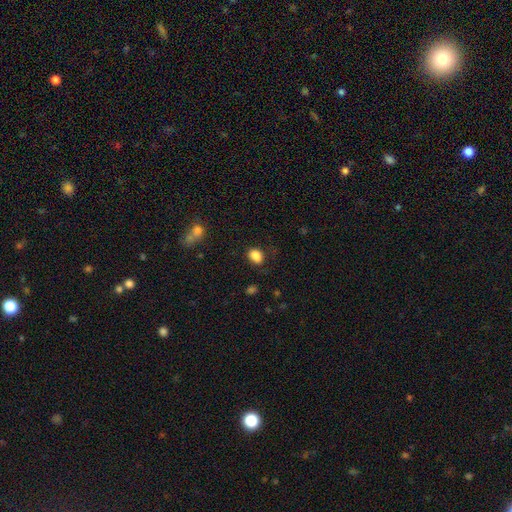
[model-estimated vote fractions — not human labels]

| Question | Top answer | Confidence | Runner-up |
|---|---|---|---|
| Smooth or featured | smooth | 87% | star or artifact (9%) |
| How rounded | in between | 78% | round (21%) |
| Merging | none | 76% | minor disturbance (17%) |